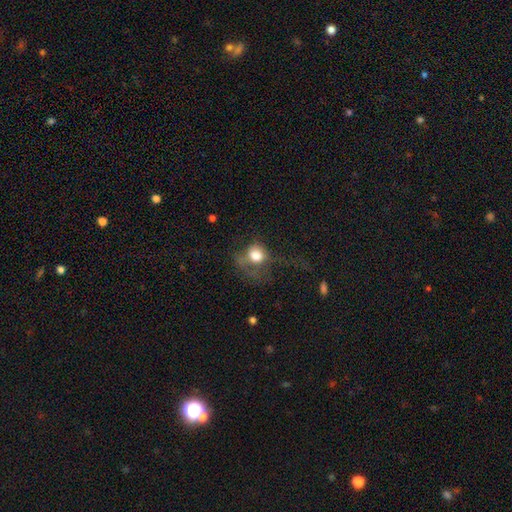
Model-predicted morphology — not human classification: A smooth galaxy with no disk features (70%) that is round (67%). Merging: major disturbance (51%).